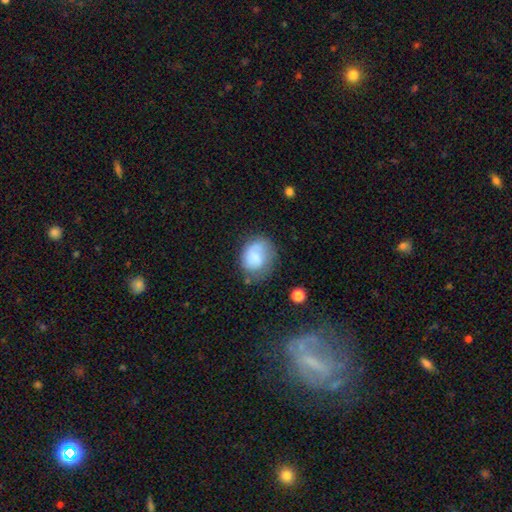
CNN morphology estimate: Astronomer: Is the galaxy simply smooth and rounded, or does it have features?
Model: smooth — 68%.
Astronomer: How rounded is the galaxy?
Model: round — 63%.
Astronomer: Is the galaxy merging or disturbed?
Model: none — 53% (runner-up: minor disturbance, 28%).